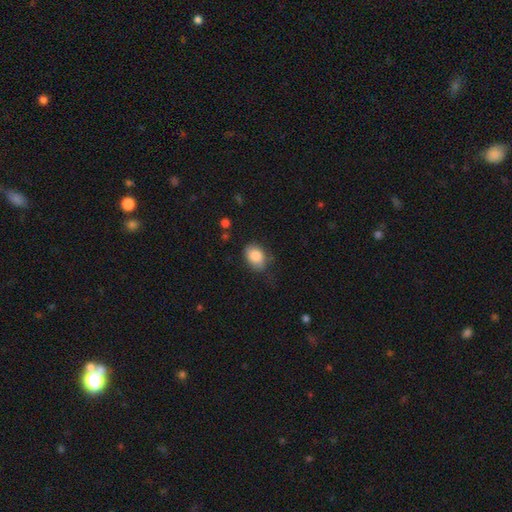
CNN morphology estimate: This appears to be a smooth galaxy with no disk features (83%) that is in between round and cigar-shaped (75%). Merging: none (67%).